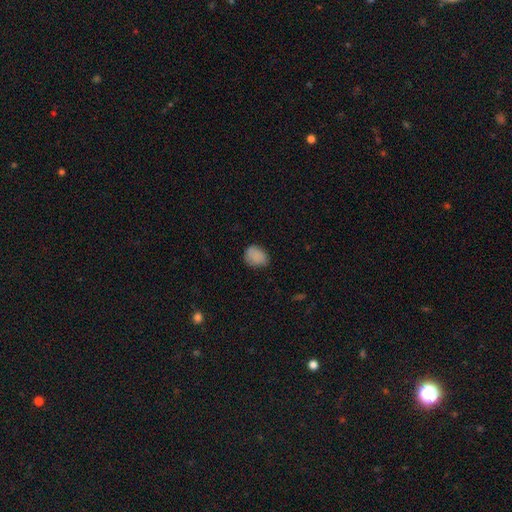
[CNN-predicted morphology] This appears to be a smooth galaxy with no disk features (85%) that is in between round and cigar-shaped (54%). Merging: none (72%).